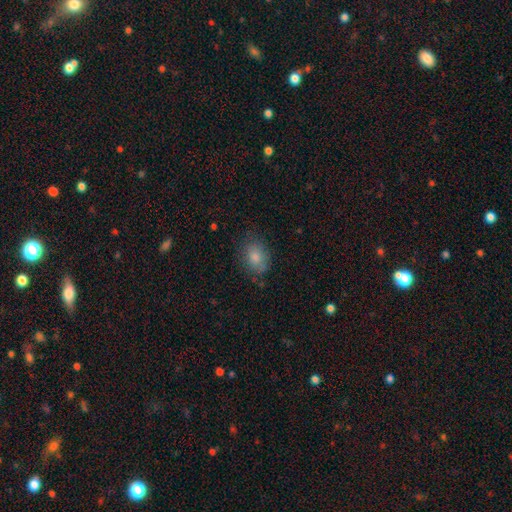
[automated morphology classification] A smooth galaxy with no disk features (74%) that is in between round and cigar-shaped (68%). Merging: none (77%).